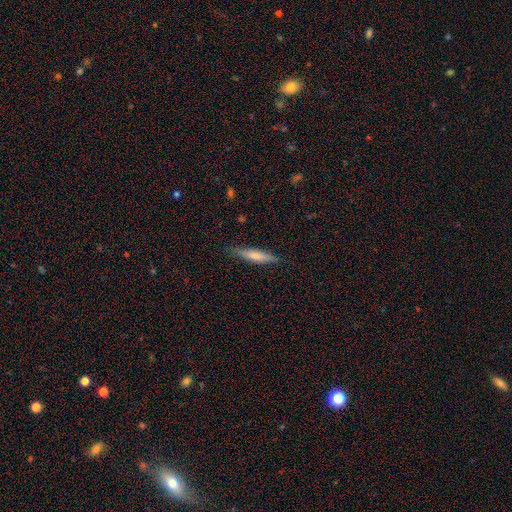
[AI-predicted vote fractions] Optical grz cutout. It shows a smooth galaxy with no disk features (67%) that is cigar-shaped (86%). Merging: none (84%).